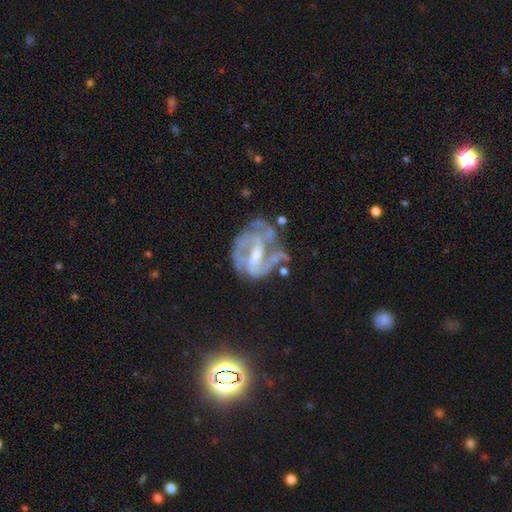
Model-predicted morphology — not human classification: A featured or disk galaxy (80%) with a weak bar (45%), 2 (38%) medium (42%) spiral arms (72%) and a moderate central bulge (45%). Merging: none (42%).